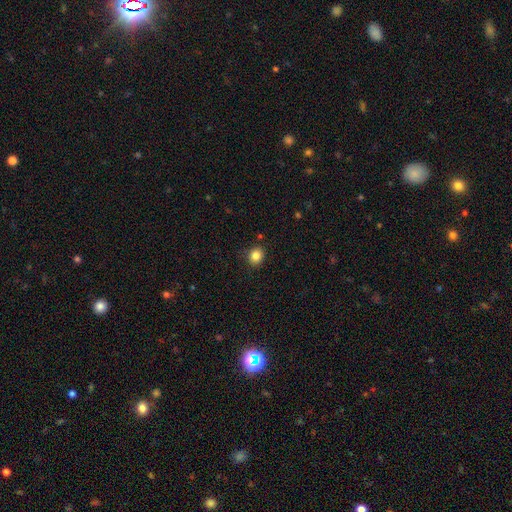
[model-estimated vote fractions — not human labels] Morphology: type=smooth (84%); roundness=round (78%); merging=none (87%).